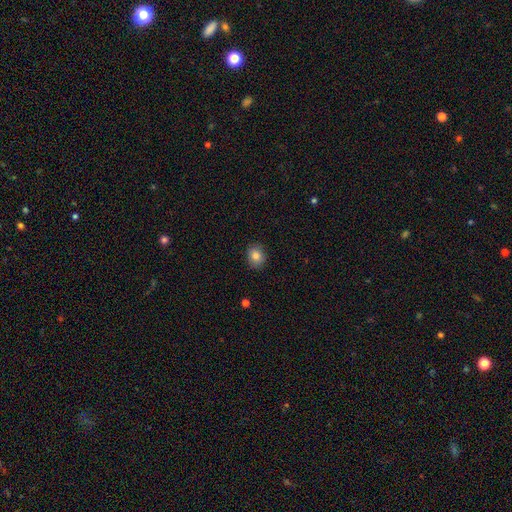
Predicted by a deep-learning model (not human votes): smooth_or_featured: smooth (p=0.83) [alt: star or artifact p=0.10]
how_rounded: round (p=0.58) [alt: in between p=0.42]
merging: none (p=0.88) [alt: minor disturbance p=0.09]